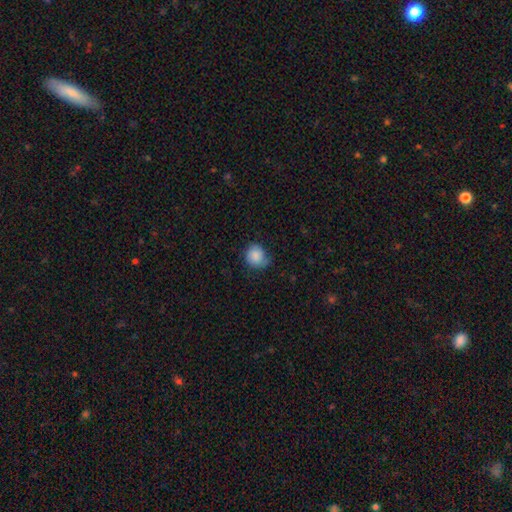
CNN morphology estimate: smooth_or_featured: smooth (p=0.86) [alt: star or artifact p=0.08]
how_rounded: round (p=0.81) [alt: in between p=0.18]
merging: none (p=0.64) [alt: minor disturbance p=0.29]